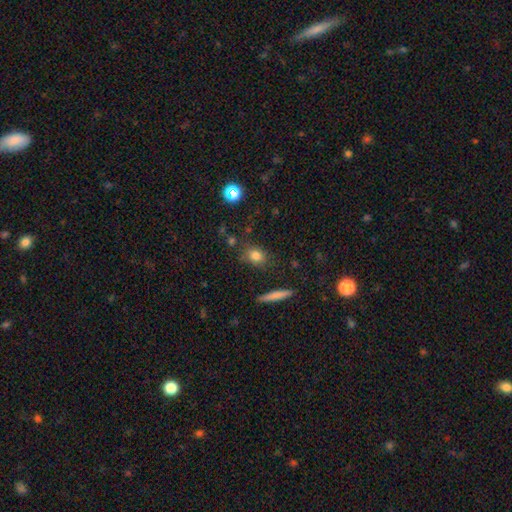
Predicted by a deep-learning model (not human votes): Overall: smooth (78%). How rounded: in between (47%, tied with round). Merging: none (78%).